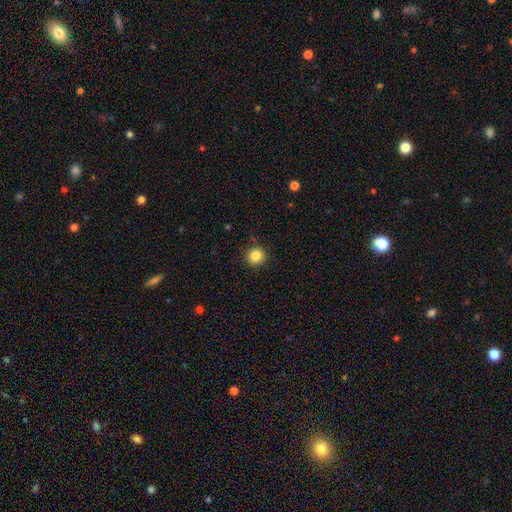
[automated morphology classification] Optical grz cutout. It shows a smooth galaxy with no disk features (85%) that is round (94%). Merging: none (90%).